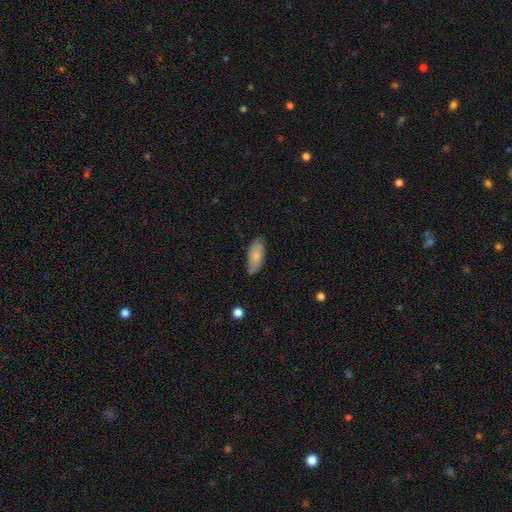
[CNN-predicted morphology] A smooth galaxy with no disk features (72%) that is in between round and cigar-shaped (86%).

Vote fractions:
- Smooth or featured? smooth: 72% / featured or disk: 22% / star or artifact: 6%
- How rounded? in between: 86% / cigar-shaped: 12% / round: 2%
- Merging? none: 77% / minor disturbance: 19% / major disturbance: 3% / merger: 1%